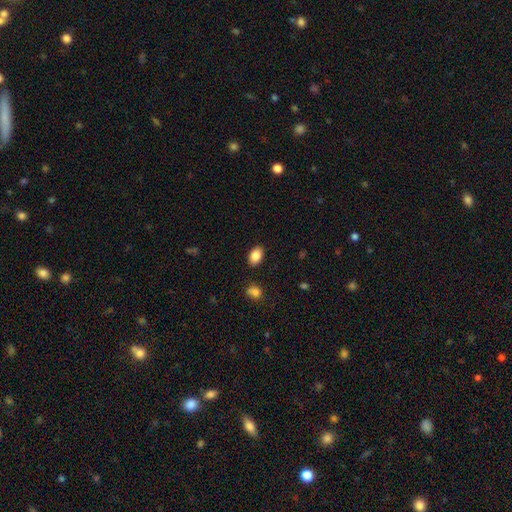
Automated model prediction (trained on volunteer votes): Smooth or featured? Predicted: smooth (p=0.87). How rounded? Predicted: in between (p=0.87). Merging? Predicted: none (p=0.87).